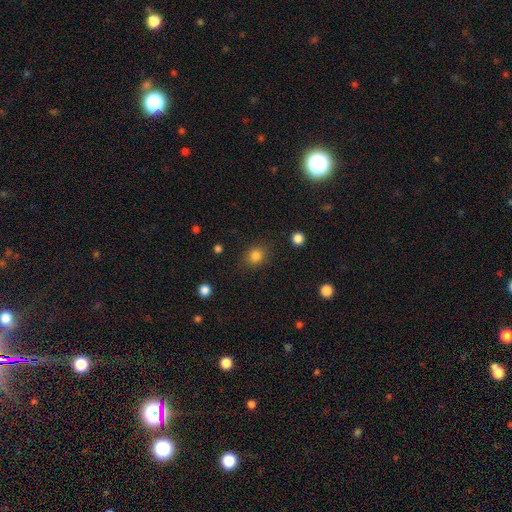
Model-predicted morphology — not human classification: A smooth galaxy with no disk features (83%) that is round (73%). Merging: none (83%).